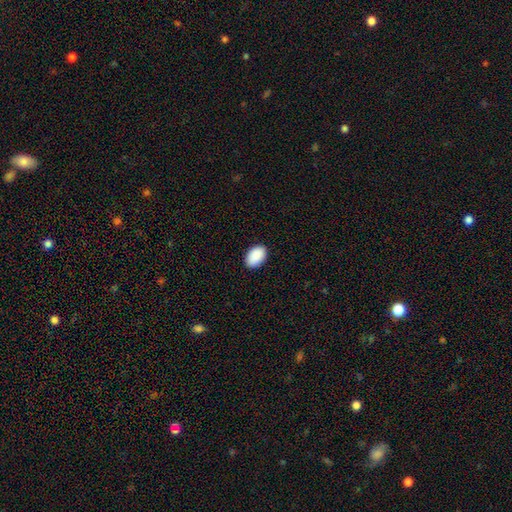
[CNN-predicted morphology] This is clearly a smooth galaxy (91%). How rounded: clearly in between (91%). Merging: clearly none (89%).